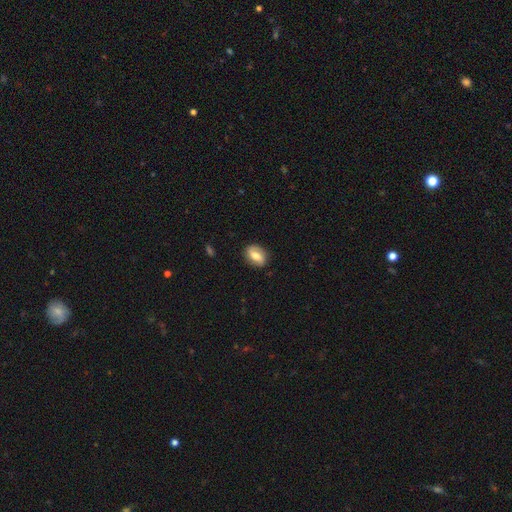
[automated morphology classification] A smooth galaxy with no disk features (53%) that is in between round and cigar-shaped (76%). Merging: none (84%).